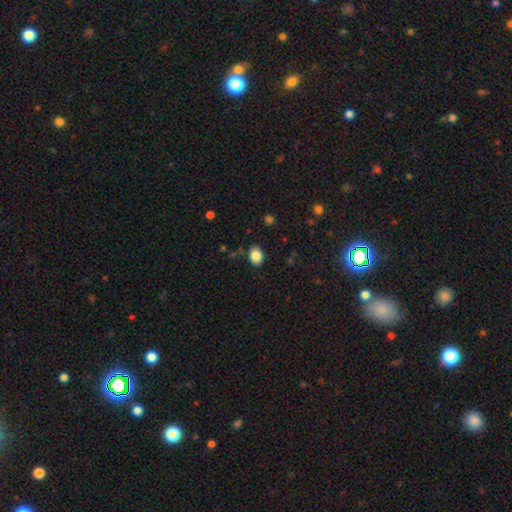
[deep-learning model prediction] smooth 86%, star or artifact 9%, featured or disk 6%. Down the decision tree: how rounded — in between (68%); merging — none (85%).